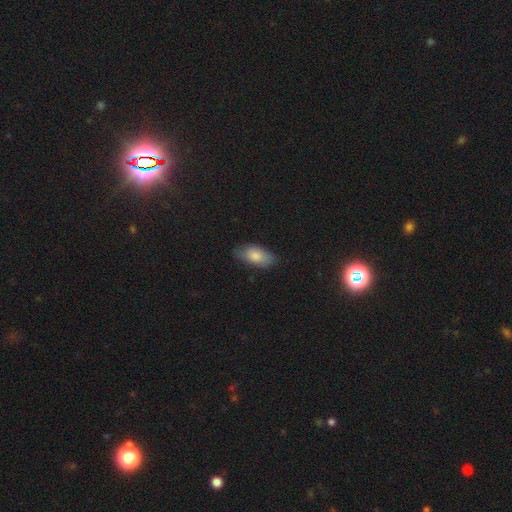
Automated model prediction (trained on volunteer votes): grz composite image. It shows a smooth galaxy with no disk features (81%) that is in between round and cigar-shaped (90%). Merging: none (74%).